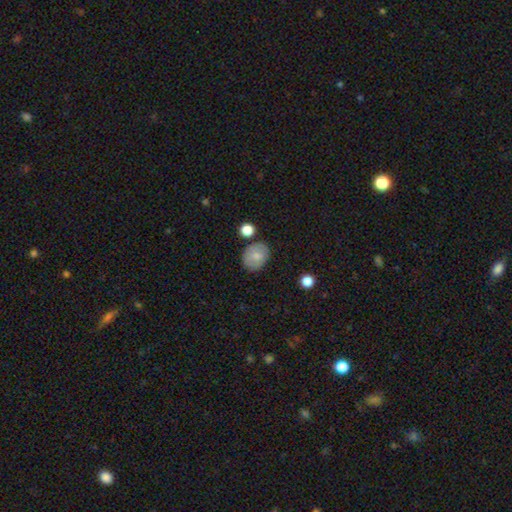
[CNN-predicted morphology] type=smooth (78%); roundness=in between (53%); merging=none (78%).